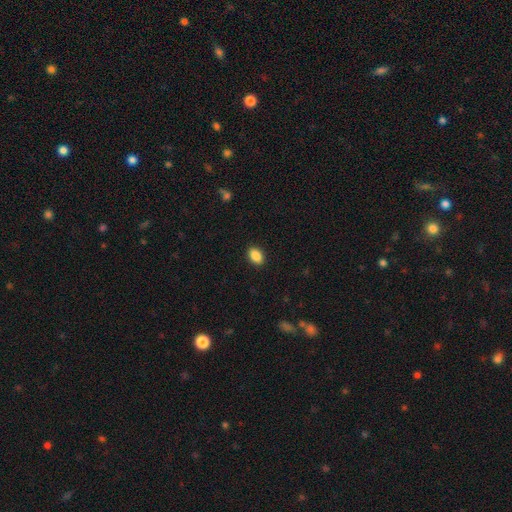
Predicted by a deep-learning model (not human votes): Overall: smooth (89%). How rounded: in between (84%). Merging: none (90%).